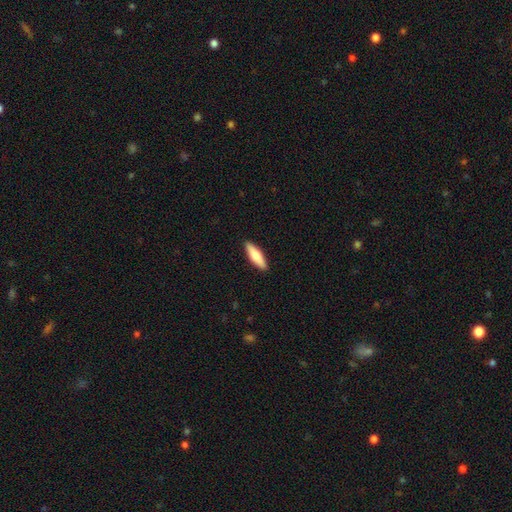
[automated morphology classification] Smooth or featured? smooth (71%)
How rounded? cigar-shaped (65%)
Merging? none (91%)